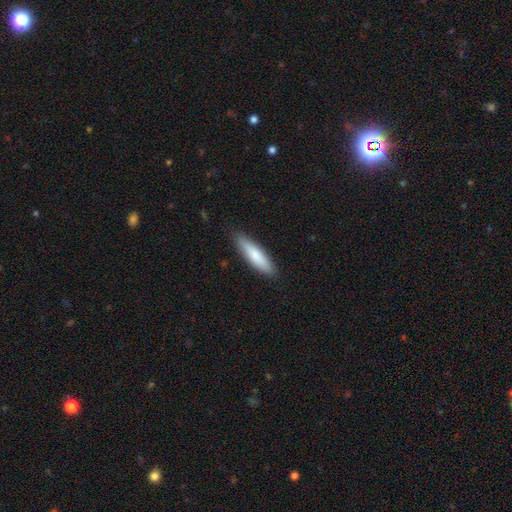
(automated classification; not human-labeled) smooth-or-featured: smooth: 78% | featured or disk: 17% | star or artifact: 5%
  how-rounded: cigar-shaped: 74% | in between: 25% | round: 1%
  merging: none: 87% | minor disturbance: 10% | major disturbance: 2% | merger: 1%